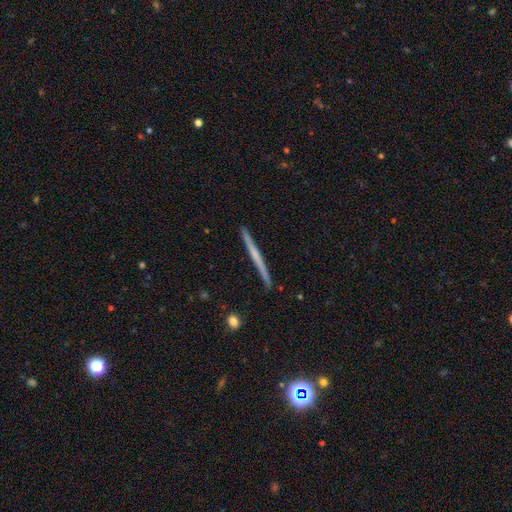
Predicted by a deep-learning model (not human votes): Smooth or featured? Predicted: featured or disk (p=0.56). Edge-on disk? Predicted: yes (p=0.98). Edge-on bulge? Predicted: none (p=0.78). Merging? Predicted: none (p=0.92).